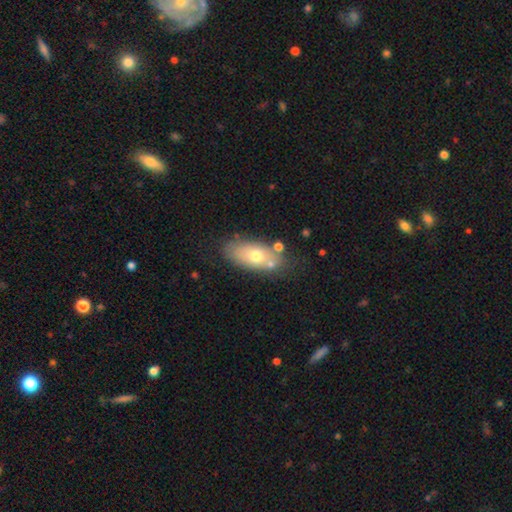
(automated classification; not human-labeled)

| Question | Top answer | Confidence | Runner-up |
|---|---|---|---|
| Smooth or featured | smooth | 62% | featured or disk (30%) |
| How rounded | in between | 87% | cigar-shaped (7%) |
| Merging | none | 69% | minor disturbance (16%) |